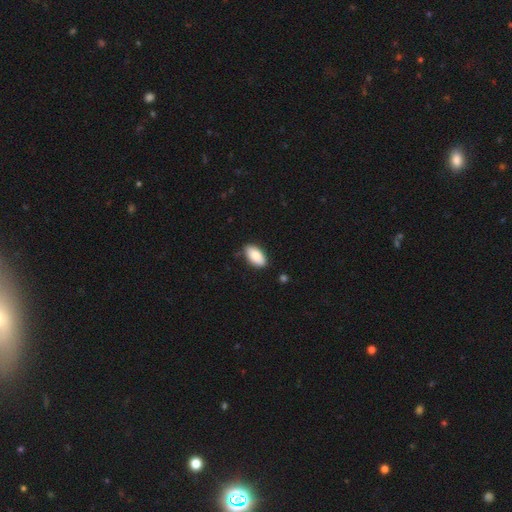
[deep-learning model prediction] Smooth or featured?
  - smooth: 87% *
  - featured or disk: 7%
  - star or artifact: 6%
How rounded?
  - in between: 94% *
  - cigar-shaped: 3%
  - round: 2%
Merging?
  - none: 84% *
  - minor disturbance: 13%
  - major disturbance: 2%
  - merger: 1%